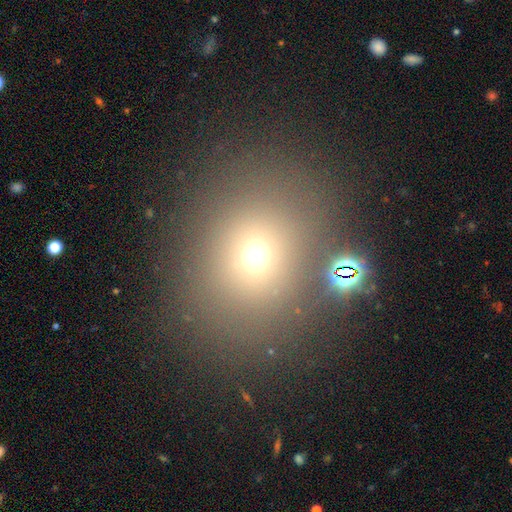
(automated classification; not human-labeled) This appears to be a smooth galaxy with no disk features (66%) that is round (62%). Merging: none (78%).